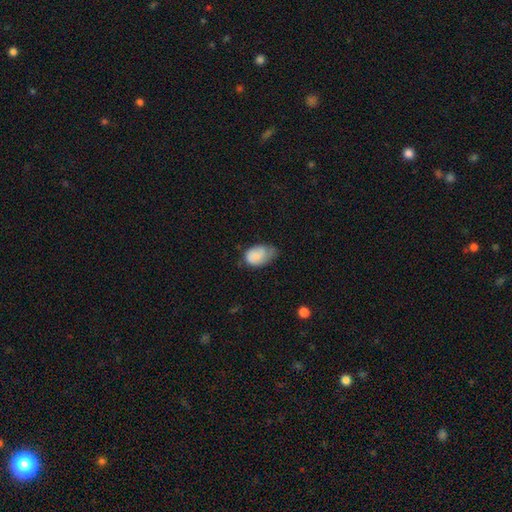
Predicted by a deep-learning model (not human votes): The model was most divided on "merging": minor disturbance: 46%, none: 33%, major disturbance: 19%, merger: 2%. More confident: how rounded — in between (86%); smooth or featured — smooth (80%).